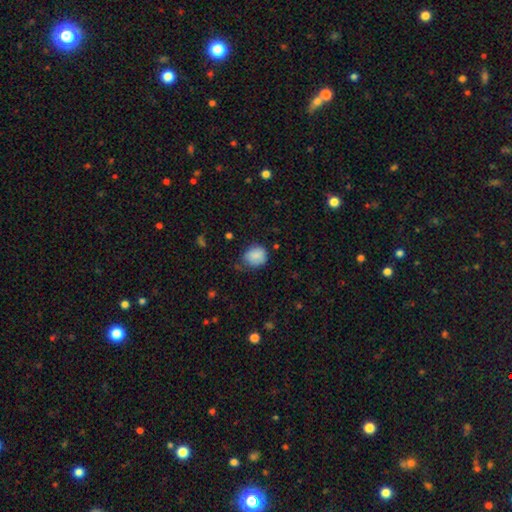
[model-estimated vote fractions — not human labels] smooth-or-featured: smooth: 85% | star or artifact: 9% | featured or disk: 7%
  how-rounded: round: 65% | in between: 34% | cigar-shaped: 1%
  merging: none: 54% | minor disturbance: 34% | major disturbance: 9% | merger: 2%